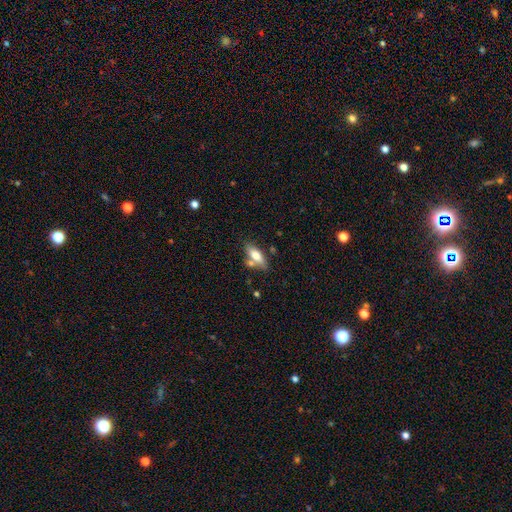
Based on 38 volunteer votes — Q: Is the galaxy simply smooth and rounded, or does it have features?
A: smooth — 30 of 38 (79%).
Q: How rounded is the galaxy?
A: in between — 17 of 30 (57%).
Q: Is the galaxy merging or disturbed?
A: none — 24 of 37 (65%).